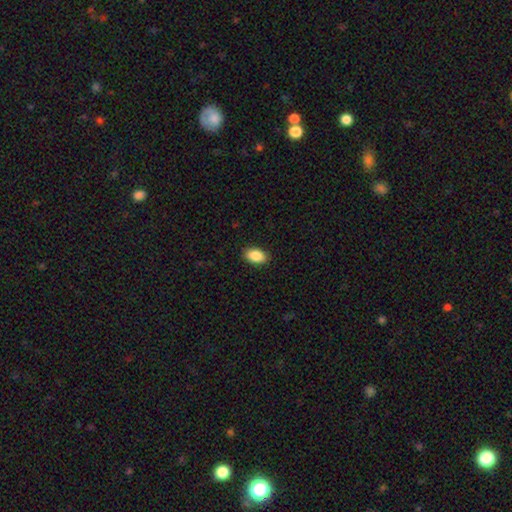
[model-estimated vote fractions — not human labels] A smooth galaxy with no disk features (88%) that is in between round and cigar-shaped (91%). Merging: none (90%).